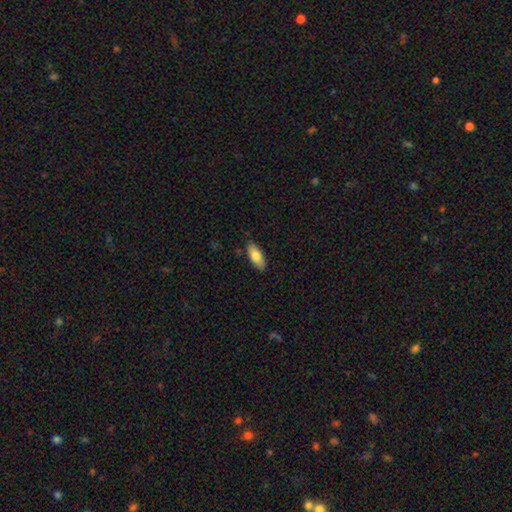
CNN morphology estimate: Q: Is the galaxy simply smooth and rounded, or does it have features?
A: smooth — 75%.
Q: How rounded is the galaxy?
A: in between — 79%.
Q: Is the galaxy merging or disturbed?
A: none — 87%.